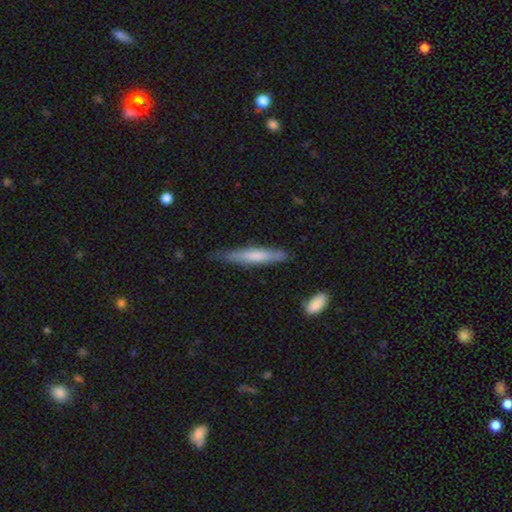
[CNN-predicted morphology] Smooth or featured?
  - smooth: 62% *
  - featured or disk: 33%
  - star or artifact: 5%
How rounded?
  - cigar-shaped: 91% *
  - in between: 7%
  - round: 1%
Merging?
  - none: 71% *
  - minor disturbance: 22%
  - major disturbance: 4%
  - merger: 2%